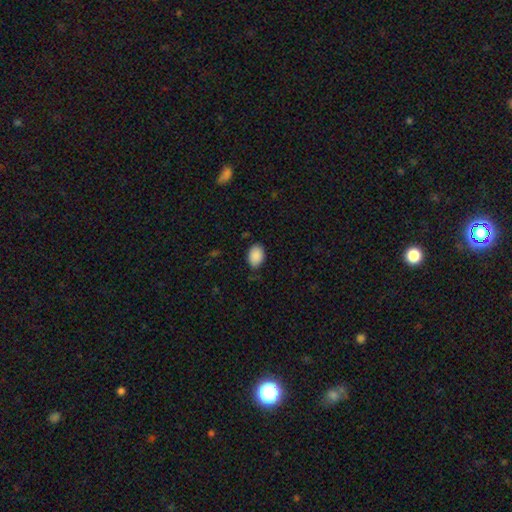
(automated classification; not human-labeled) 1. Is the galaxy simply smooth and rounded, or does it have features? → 90% smooth, 7% star or artifact, 3% featured or disk.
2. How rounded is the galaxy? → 84% in between, 15% round, 1% cigar-shaped.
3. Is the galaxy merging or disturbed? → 79% none, 17% minor disturbance, 3% major disturbance, 1% merger.